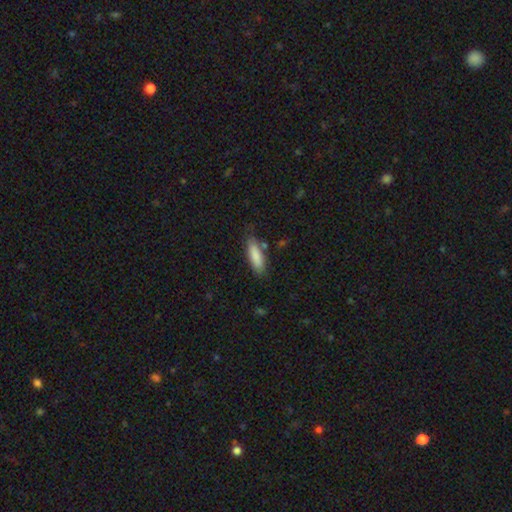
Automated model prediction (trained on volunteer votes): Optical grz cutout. It shows a smooth galaxy with no disk features (85%) that is cigar-shaped (50%). Merging: none (77%).